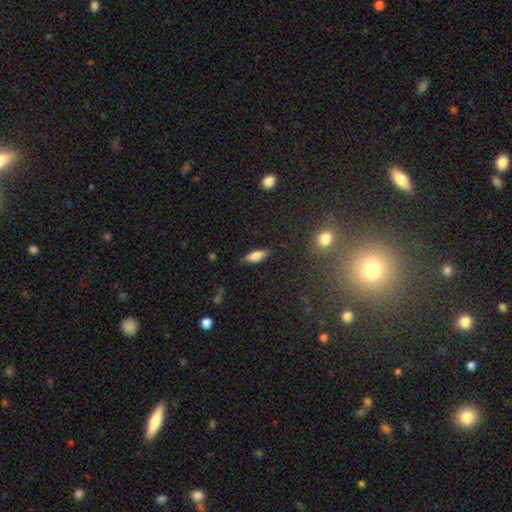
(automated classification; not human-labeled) Q: Smooth or featured?
A: smooth (72%); runner-up: featured or disk (20%)
Q: How rounded?
A: in between (58%); runner-up: cigar-shaped (39%)
Q: Merging?
A: none (84%); runner-up: minor disturbance (12%)